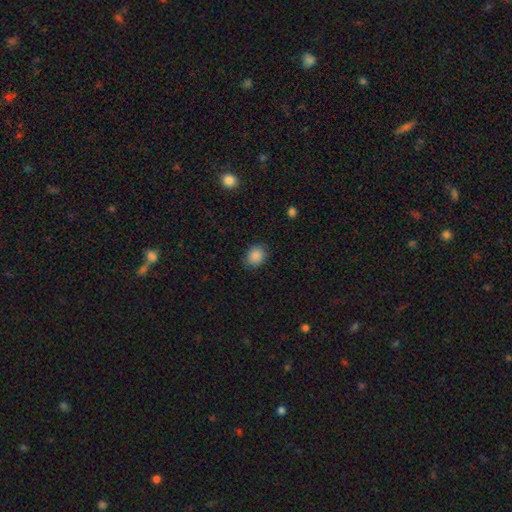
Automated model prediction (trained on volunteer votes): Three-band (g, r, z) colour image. It shows a smooth galaxy with no disk features (87%) that is round (60%). Merging: none (83%).